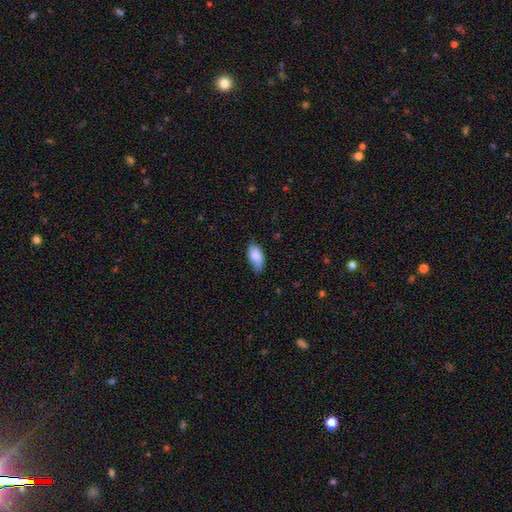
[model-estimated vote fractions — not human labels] The model was most divided on "merging": none: 67%, minor disturbance: 27%, major disturbance: 5%, merger: 1%. More confident: how rounded — in between (93%); smooth or featured — smooth (85%).